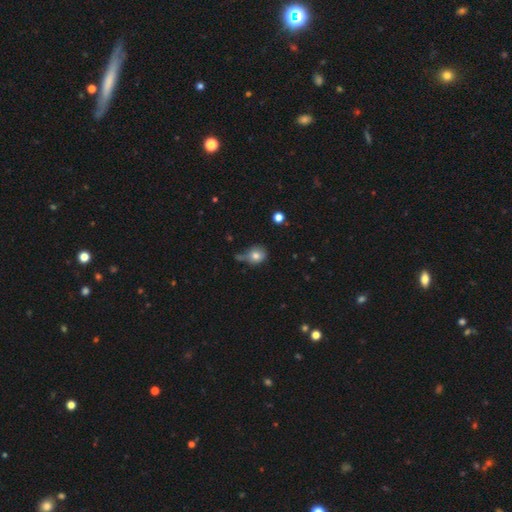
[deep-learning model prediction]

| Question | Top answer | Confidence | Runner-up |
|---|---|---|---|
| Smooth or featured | smooth | 77% | featured or disk (12%) |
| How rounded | round | 72% | in between (27%) |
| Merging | none | 48% | minor disturbance (26%) |